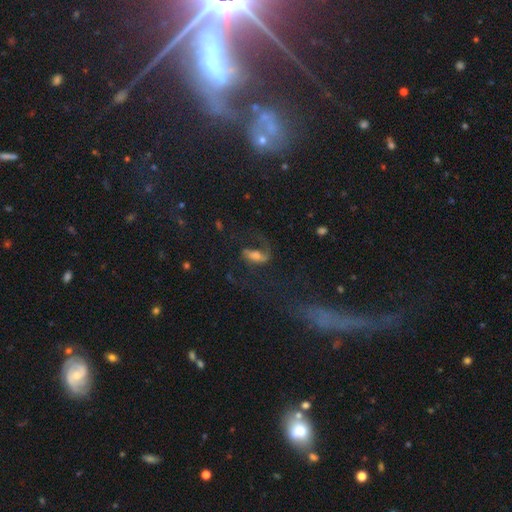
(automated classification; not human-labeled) The model was most divided on "bar": strong: 41%, weak: 31%, no: 28%. Remaining: edge-on disk — no (87%); spiral arms — yes (83%); smooth or featured — featured or disk (60%); merging — none (49%); bulge size — moderate (48%).